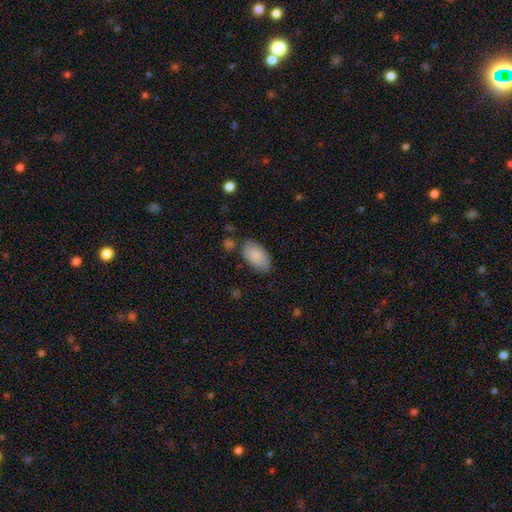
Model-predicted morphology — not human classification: A smooth galaxy with no disk features (86%) that is in between round and cigar-shaped (95%).

Vote fractions:
- Smooth or featured? smooth: 86% / featured or disk: 8% / star or artifact: 6%
- How rounded? in between: 95% / round: 3% / cigar-shaped: 2%
- Merging? none: 76% / minor disturbance: 17% / major disturbance: 4% / merger: 3%